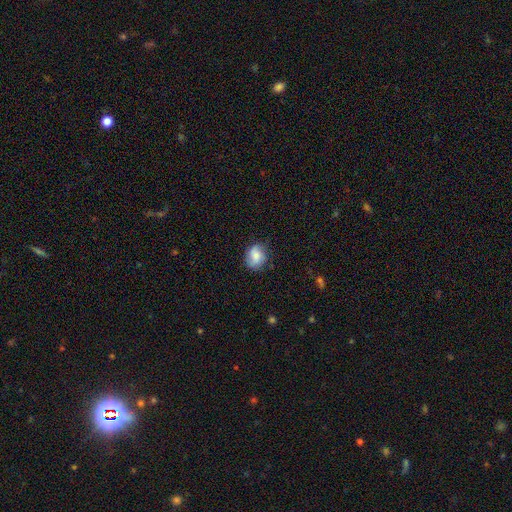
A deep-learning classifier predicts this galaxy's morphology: This is likely a smooth galaxy (72%). How rounded: possibly round (59%). Merging: likely none (70%).